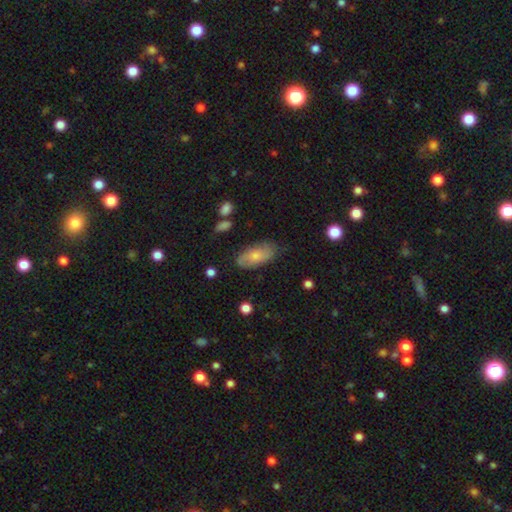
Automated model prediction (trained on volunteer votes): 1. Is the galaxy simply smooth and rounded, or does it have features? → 66% smooth, 28% featured or disk, 7% star or artifact.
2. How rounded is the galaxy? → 90% in between, 7% cigar-shaped, 3% round.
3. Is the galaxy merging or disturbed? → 73% none, 20% minor disturbance, 5% major disturbance, 2% merger.